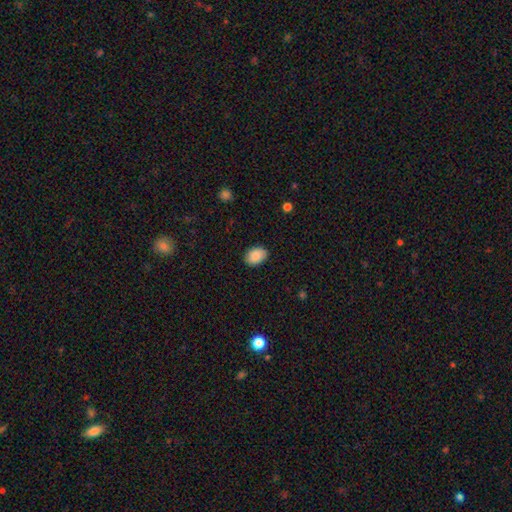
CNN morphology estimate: Smooth or featured: smooth — 88% (star or artifact — 7%)
How rounded: in between — 82% (round — 17%)
Merging: none — 87% (minor disturbance — 10%)